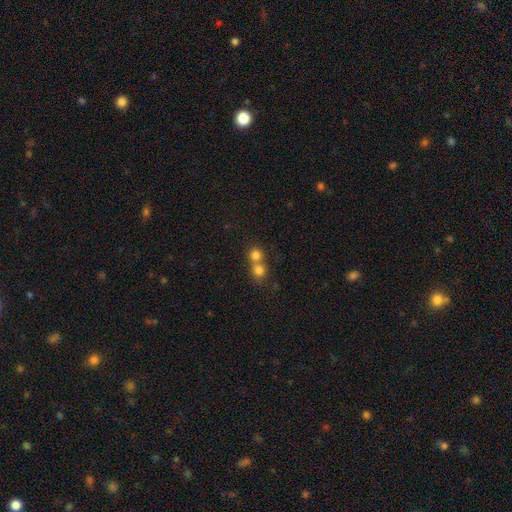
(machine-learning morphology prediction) This is likely a smooth galaxy (78%). How rounded: clearly round (87%). Merging: possibly merger (58%).